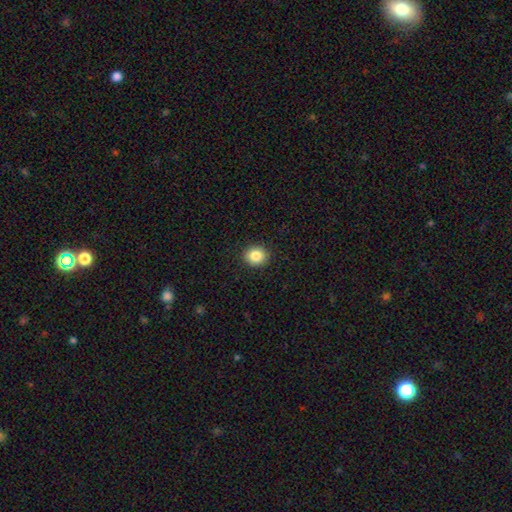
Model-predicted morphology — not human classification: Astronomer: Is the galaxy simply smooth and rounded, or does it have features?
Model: smooth — 86%.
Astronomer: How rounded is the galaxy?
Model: round — 77%.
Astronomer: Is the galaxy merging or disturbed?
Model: none — 91%.